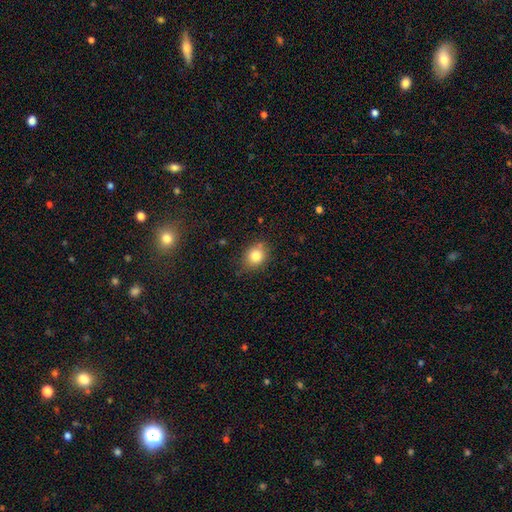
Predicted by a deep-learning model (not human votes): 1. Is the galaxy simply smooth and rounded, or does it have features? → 82% smooth, 10% star or artifact, 8% featured or disk.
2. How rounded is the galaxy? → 56% round, 43% in between, 1% cigar-shaped.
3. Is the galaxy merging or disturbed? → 79% none, 16% minor disturbance, 3% major disturbance, 2% merger.